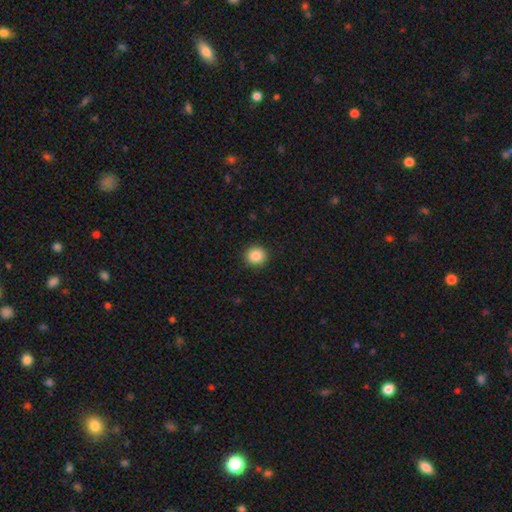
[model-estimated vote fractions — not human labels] This is clearly a smooth galaxy (88%). How rounded: clearly round (88%). Merging: clearly none (91%).